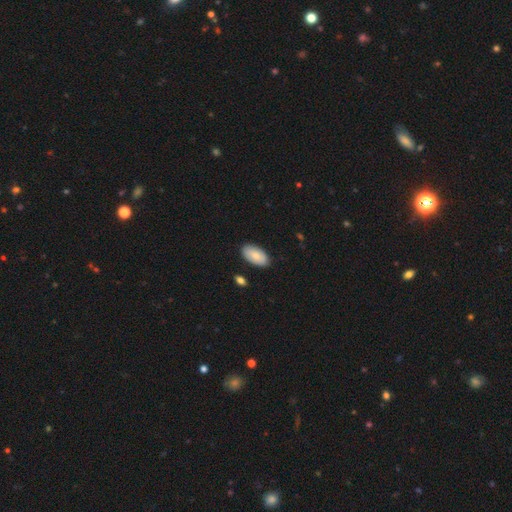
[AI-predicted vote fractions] Smooth or featured?
  - smooth: 80% *
  - featured or disk: 14%
  - star or artifact: 6%
How rounded?
  - in between: 96% *
  - round: 2%
  - cigar-shaped: 2%
Merging?
  - none: 86% *
  - minor disturbance: 10%
  - major disturbance: 2%
  - merger: 2%